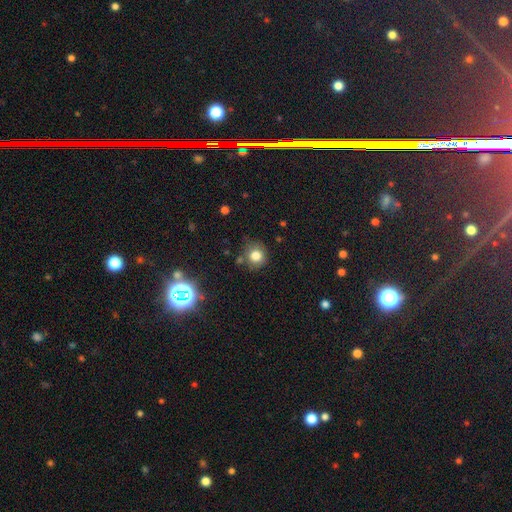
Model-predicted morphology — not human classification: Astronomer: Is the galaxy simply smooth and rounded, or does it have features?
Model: smooth — 79%.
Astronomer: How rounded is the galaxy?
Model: round — 86%.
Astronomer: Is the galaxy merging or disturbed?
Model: none — 77%.